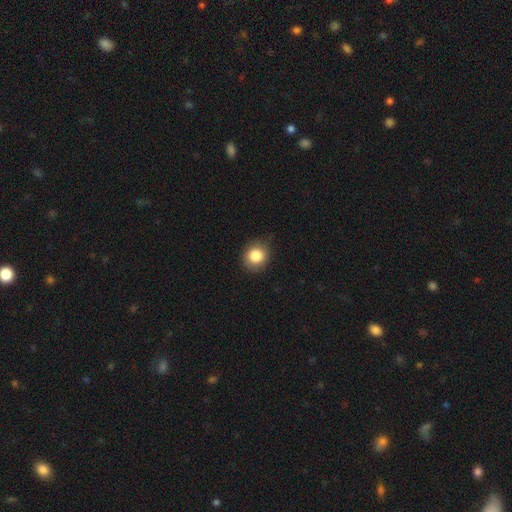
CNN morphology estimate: Smooth or featured? Predicted: smooth (p=0.84). How rounded? Predicted: round (p=0.82). Merging? Predicted: none (p=0.81).